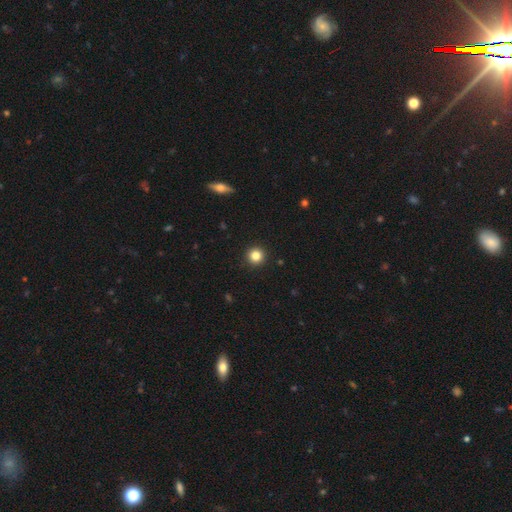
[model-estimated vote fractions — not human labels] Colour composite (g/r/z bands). It shows a smooth galaxy with no disk features (84%) that is round (96%). Merging: none (93%).